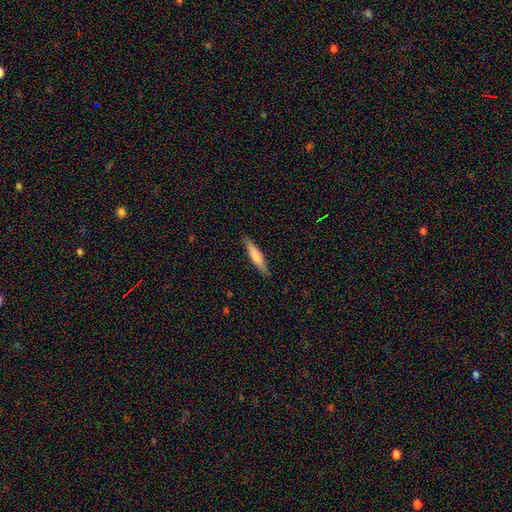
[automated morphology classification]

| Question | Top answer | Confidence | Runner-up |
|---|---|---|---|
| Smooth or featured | smooth | 68% | featured or disk (27%) |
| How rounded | cigar-shaped | 89% | in between (10%) |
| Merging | none | 89% | minor disturbance (9%) |